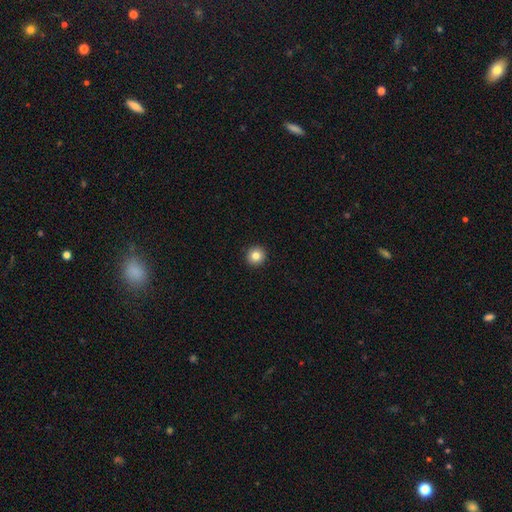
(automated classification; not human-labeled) This is clearly a smooth galaxy (83%). How rounded: clearly round (94%). Merging: clearly none (94%).